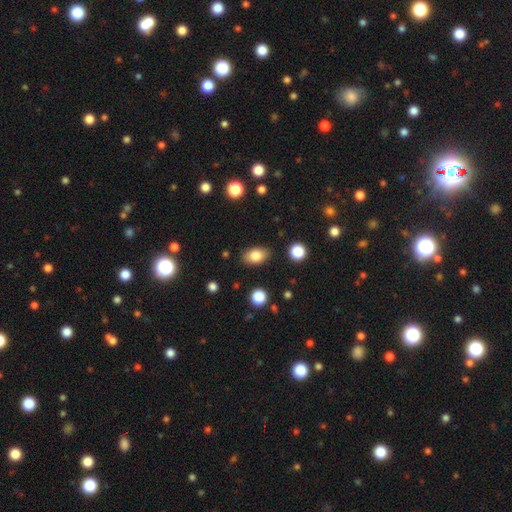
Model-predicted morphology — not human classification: smooth_or_featured: smooth (p=0.82) [alt: featured or disk p=0.10]
how_rounded: in between (p=0.87) [alt: round p=0.11]
merging: none (p=0.85) [alt: minor disturbance p=0.10]